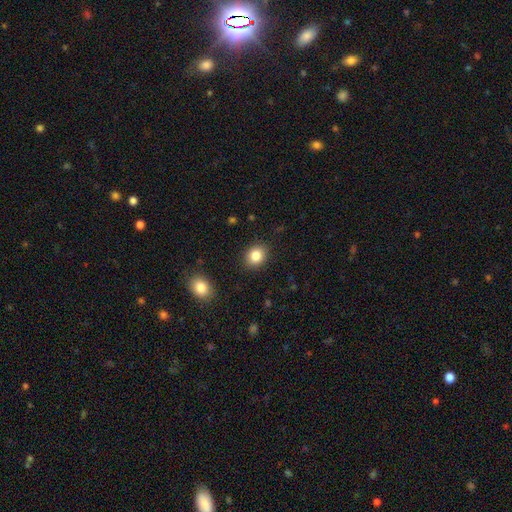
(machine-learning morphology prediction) smooth 84%, star or artifact 10%, featured or disk 7%. Down the decision tree: how rounded — round (59%); merging — none (89%).